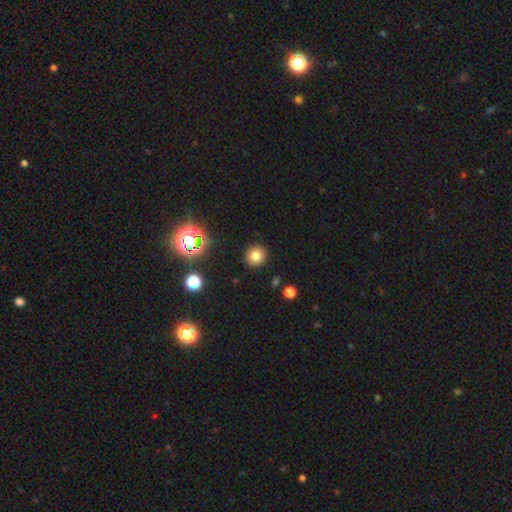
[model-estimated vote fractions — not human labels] This appears to be a smooth galaxy with no disk features (77%) that is round (91%). Merging: none (90%).